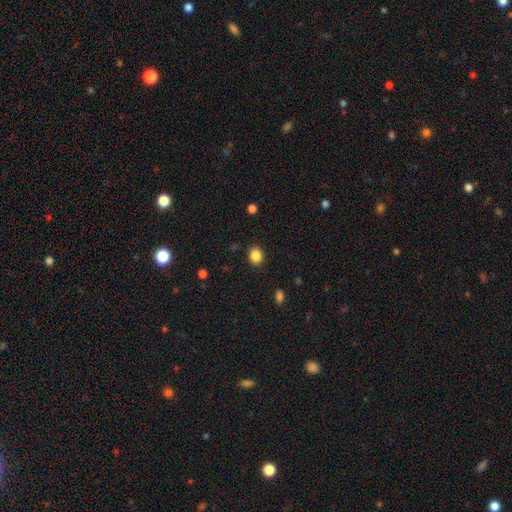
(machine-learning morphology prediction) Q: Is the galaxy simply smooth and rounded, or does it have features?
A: smooth — 86%.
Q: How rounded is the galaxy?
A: round — 64%.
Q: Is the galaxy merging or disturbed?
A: none — 89%.